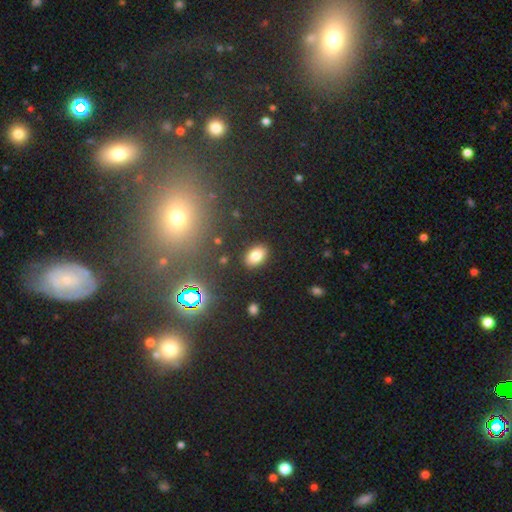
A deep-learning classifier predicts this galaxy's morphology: A smooth galaxy with no disk features (81%) that is in between round and cigar-shaped (87%).

Vote fractions:
- Smooth or featured? smooth: 81% / star or artifact: 11% / featured or disk: 8%
- How rounded? in between: 87% / round: 11% / cigar-shaped: 1%
- Merging? none: 88% / minor disturbance: 8% / major disturbance: 2% / merger: 2%